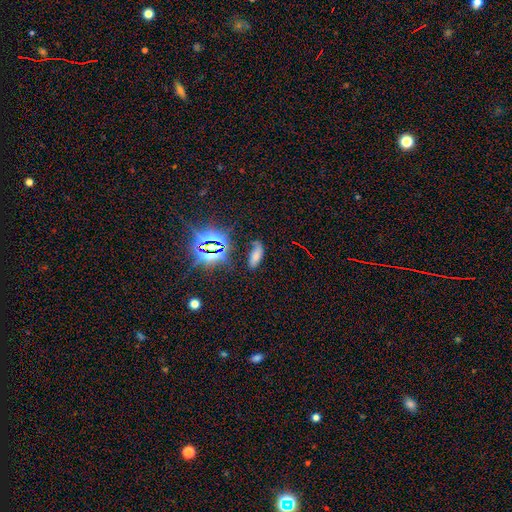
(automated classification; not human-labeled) Smooth or featured? Predicted: smooth (p=0.56). How rounded? Predicted: in between (p=0.73). Merging? Predicted: none (p=0.65).